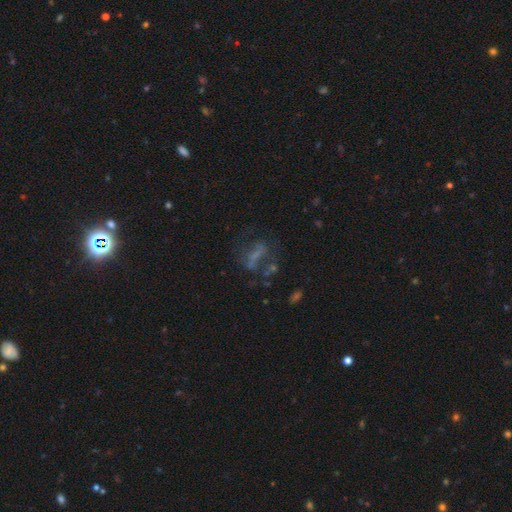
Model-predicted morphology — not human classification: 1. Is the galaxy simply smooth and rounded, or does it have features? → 42% featured or disk, 35% smooth, 23% star or artifact.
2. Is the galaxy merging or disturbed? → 45% none, 28% major disturbance, 18% minor disturbance, 9% merger.